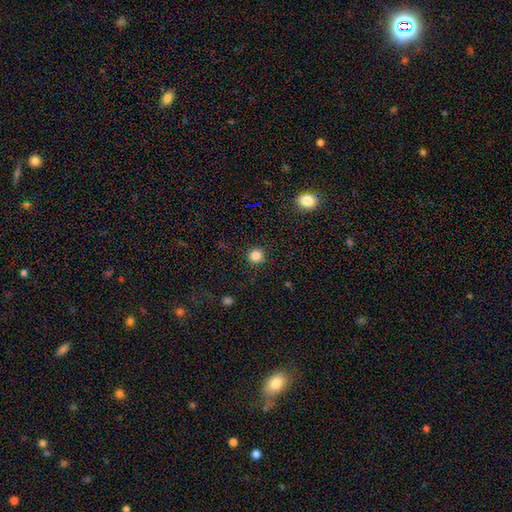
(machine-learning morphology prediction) smooth_or_featured: smooth (p=0.84) [alt: star or artifact p=0.12]
how_rounded: round (p=0.95) [alt: in between p=0.04]
merging: none (p=0.92) [alt: minor disturbance p=0.05]